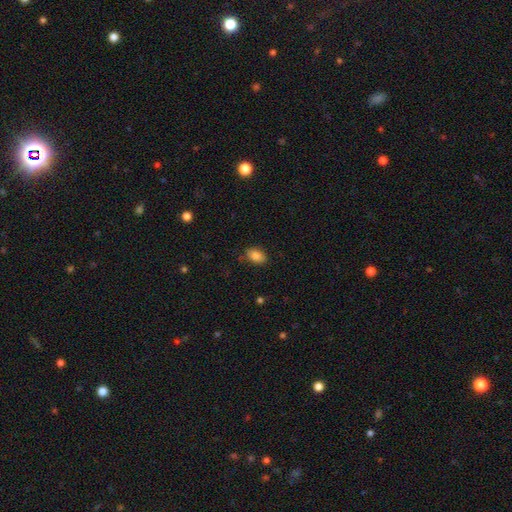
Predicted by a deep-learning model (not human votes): A smooth galaxy with no disk features (86%) that is in between round and cigar-shaped (88%).

Vote fractions:
- Smooth or featured? smooth: 86% / star or artifact: 8% / featured or disk: 6%
- How rounded? in between: 88% / round: 11% / cigar-shaped: 2%
- Merging? none: 82% / minor disturbance: 14% / major disturbance: 3% / merger: 1%